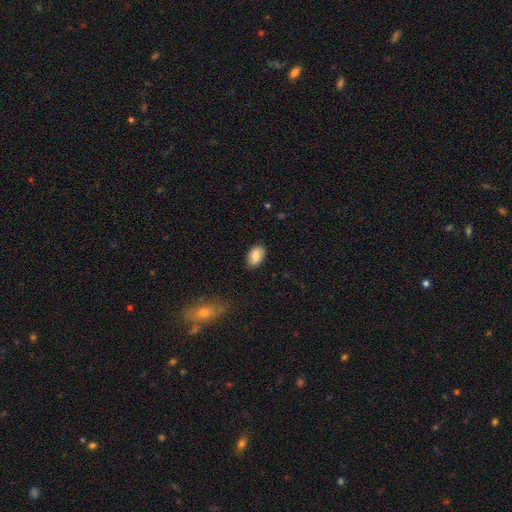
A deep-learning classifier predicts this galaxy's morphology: Smooth or featured? Predicted: smooth (p=0.83). How rounded? Predicted: in between (p=0.90). Merging? Predicted: none (p=0.83).